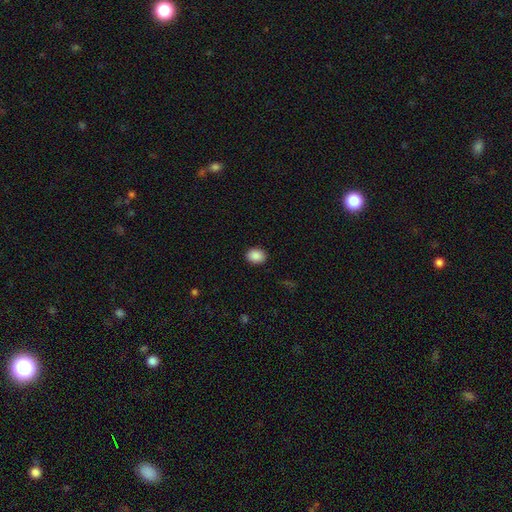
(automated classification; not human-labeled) Smooth or featured?
  - smooth: 89% *
  - star or artifact: 8%
  - featured or disk: 3%
How rounded?
  - in between: 63% *
  - round: 36%
  - cigar-shaped: 1%
Merging?
  - none: 90% *
  - minor disturbance: 7%
  - major disturbance: 2%
  - merger: 1%